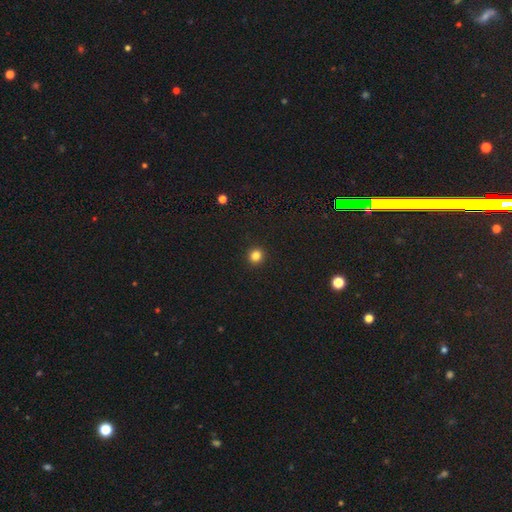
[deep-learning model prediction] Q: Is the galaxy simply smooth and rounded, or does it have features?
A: smooth — 83%.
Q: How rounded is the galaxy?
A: round — 94%.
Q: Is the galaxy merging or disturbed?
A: none — 94%.